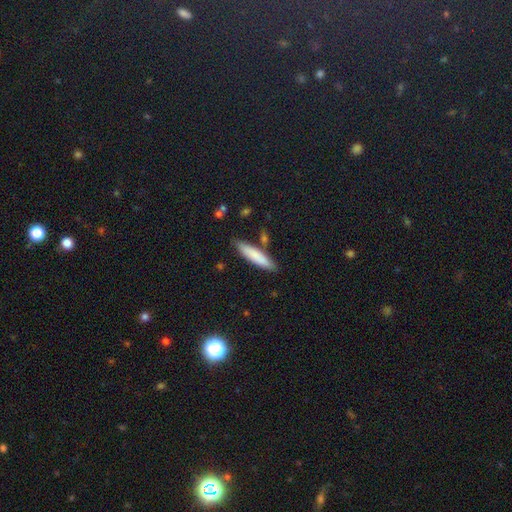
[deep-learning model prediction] This appears to be a smooth galaxy with no disk features (80%) that is cigar-shaped (83%). Merging: none (82%).